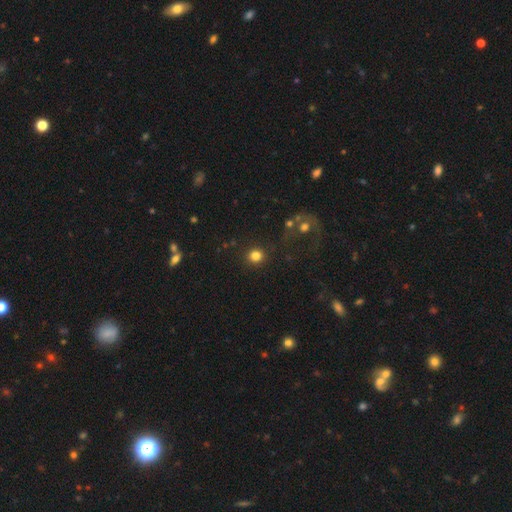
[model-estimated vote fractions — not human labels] This is clearly a smooth galaxy (82%). How rounded: clearly round (92%). Merging: clearly none (89%).